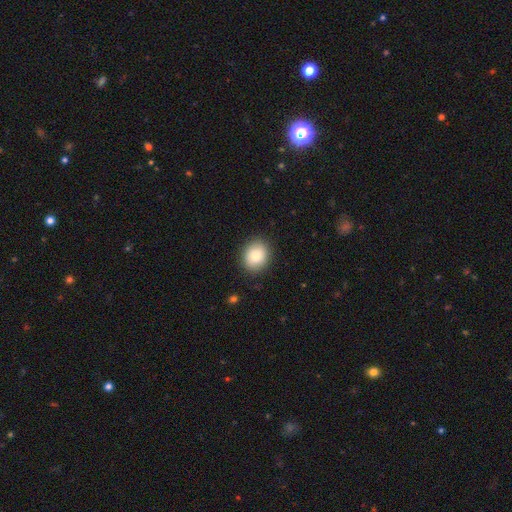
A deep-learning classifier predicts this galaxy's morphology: Smooth or featured? Predicted: smooth (p=0.80). How rounded? Predicted: round (p=0.67). Merging? Predicted: none (p=0.89).